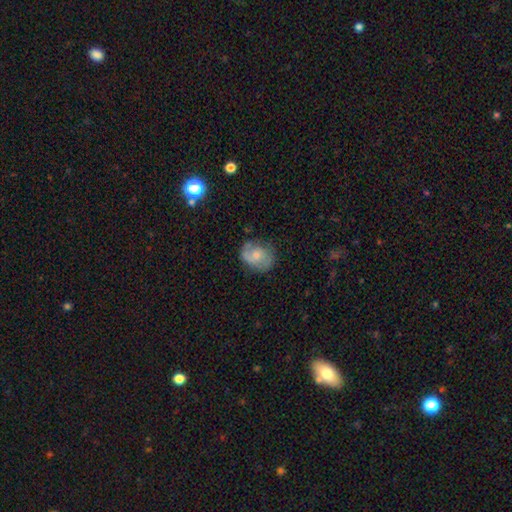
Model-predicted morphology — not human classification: This appears to be a smooth galaxy with no disk features (47%). Merging: none (63%).